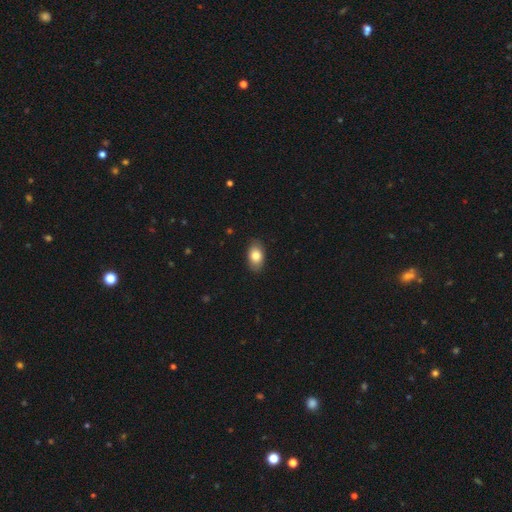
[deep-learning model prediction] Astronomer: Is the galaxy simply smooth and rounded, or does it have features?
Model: smooth — 82%.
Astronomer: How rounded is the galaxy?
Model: in between — 90%.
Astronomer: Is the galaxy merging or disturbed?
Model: none — 87%.